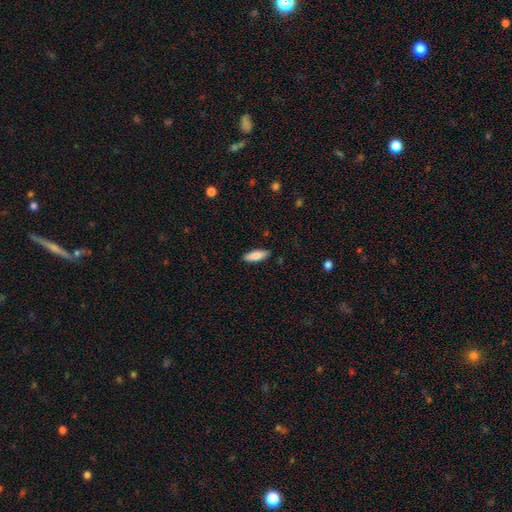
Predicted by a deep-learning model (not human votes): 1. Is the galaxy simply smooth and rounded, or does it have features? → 84% smooth, 10% featured or disk, 6% star or artifact.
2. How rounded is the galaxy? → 61% in between, 37% cigar-shaped, 2% round.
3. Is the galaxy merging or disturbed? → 87% none, 10% minor disturbance, 2% major disturbance, 1% merger.